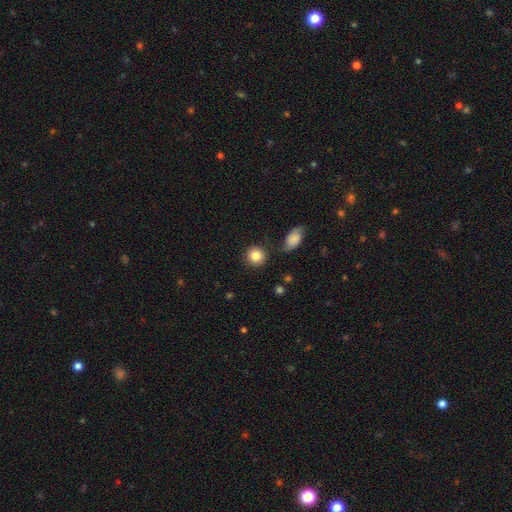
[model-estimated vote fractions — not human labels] A smooth galaxy with no disk features (85%) that is round (90%). Merging: none (83%).